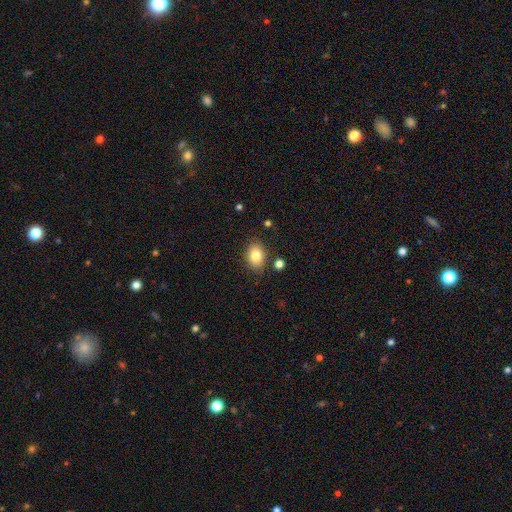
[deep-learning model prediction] smooth_or_featured: smooth (p=0.82) [alt: featured or disk p=0.09]
how_rounded: in between (p=0.77) [alt: round p=0.22]
merging: none (p=0.82) [alt: minor disturbance p=0.11]